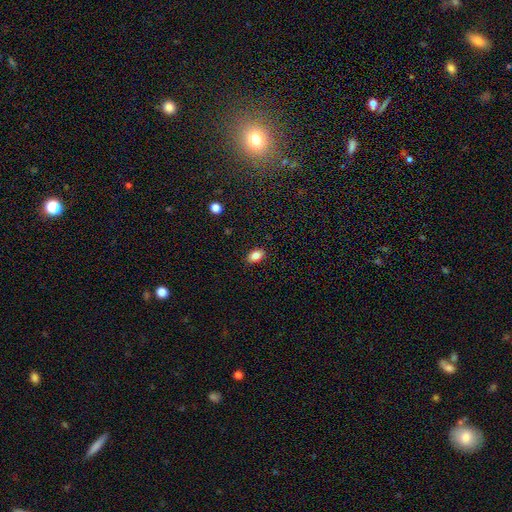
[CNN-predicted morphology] A smooth galaxy with no disk features (85%) that is in between round and cigar-shaped (87%).

Vote fractions:
- Smooth or featured? smooth: 85% / star or artifact: 9% / featured or disk: 6%
- How rounded? in between: 87% / round: 11% / cigar-shaped: 2%
- Merging? none: 88% / minor disturbance: 9% / major disturbance: 2% / merger: 1%